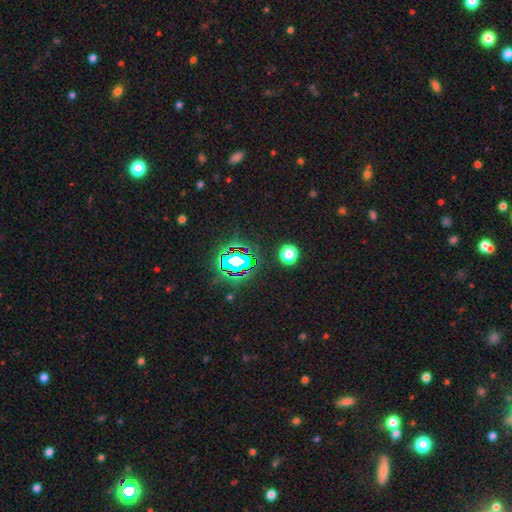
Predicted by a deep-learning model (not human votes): The model was most divided on "smooth or featured": star or artifact: 78%, smooth: 14%, featured or disk: 8%.